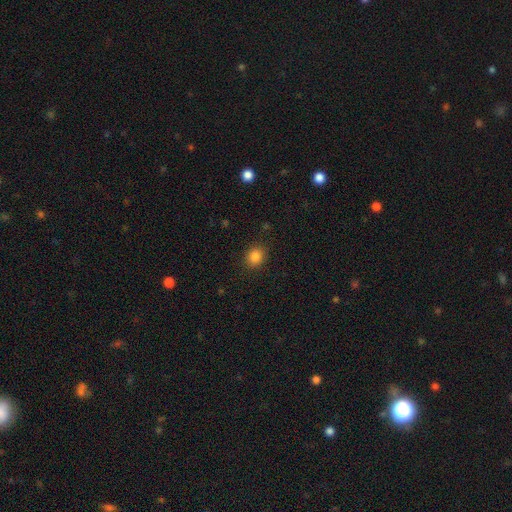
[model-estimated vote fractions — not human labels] This is clearly a smooth galaxy (83%). How rounded: likely round (70%). Merging: clearly none (89%).